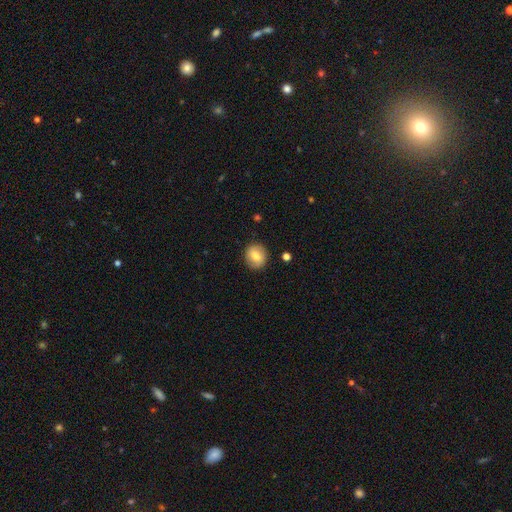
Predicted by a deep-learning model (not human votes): smooth-or-featured: smooth: 74% | featured or disk: 18% | star or artifact: 8%
  how-rounded: round: 81% | in between: 18% | cigar-shaped: 1%
  merging: none: 87% | minor disturbance: 9% | major disturbance: 2% | merger: 1%